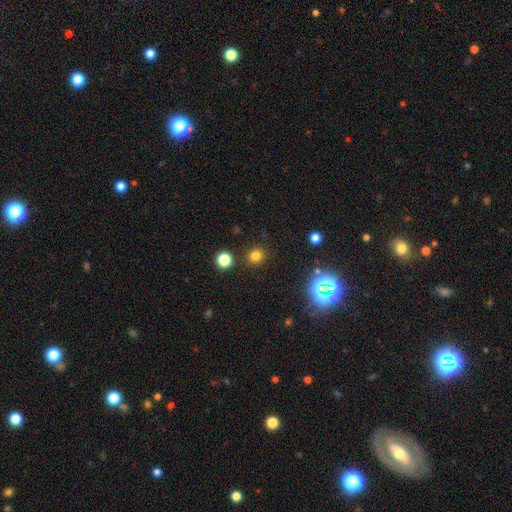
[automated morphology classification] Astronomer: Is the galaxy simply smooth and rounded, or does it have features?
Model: smooth — 77%.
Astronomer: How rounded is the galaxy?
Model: round — 82%.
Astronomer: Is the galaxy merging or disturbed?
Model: none — 88%.